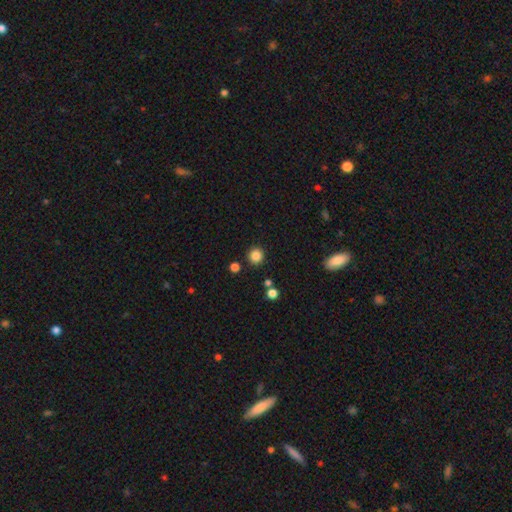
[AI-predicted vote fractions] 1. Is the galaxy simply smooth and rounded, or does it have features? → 84% smooth, 12% star or artifact, 4% featured or disk.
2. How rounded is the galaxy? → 94% round, 5% in between, 1% cigar-shaped.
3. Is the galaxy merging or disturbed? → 89% none, 6% minor disturbance, 3% merger, 2% major disturbance.